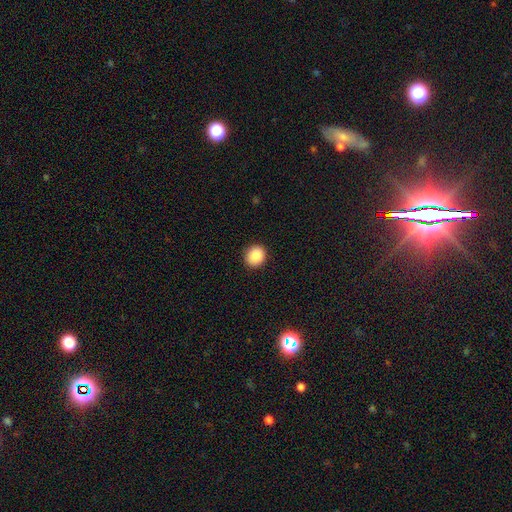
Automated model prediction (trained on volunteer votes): smooth-or-featured: smooth: 89% | star or artifact: 8% | featured or disk: 3%
  how-rounded: round: 81% | in between: 18% | cigar-shaped: 1%
  merging: none: 91% | minor disturbance: 6% | major disturbance: 2% | merger: 1%